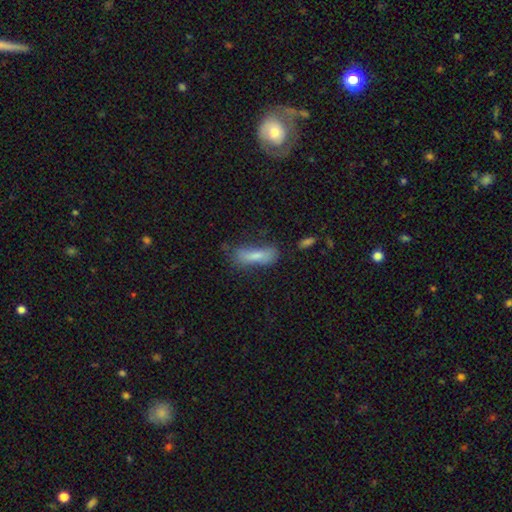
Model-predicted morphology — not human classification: This appears to be a smooth galaxy with no disk features (66%) that is cigar-shaped (55%). Merging: none (53%).